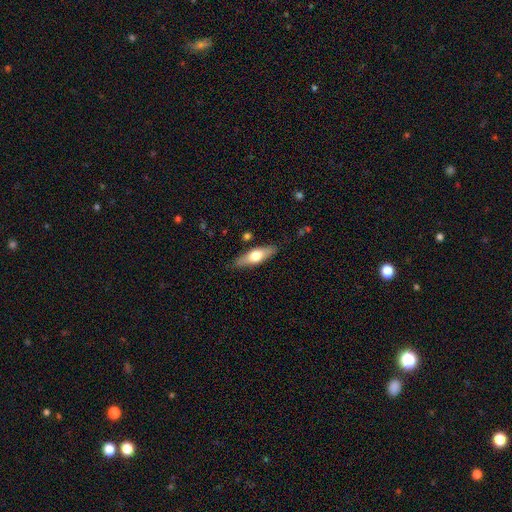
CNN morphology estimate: smooth 53%, featured or disk 42%, star or artifact 6%. Down the decision tree: how rounded — cigar-shaped (53%); merging — none (85%).